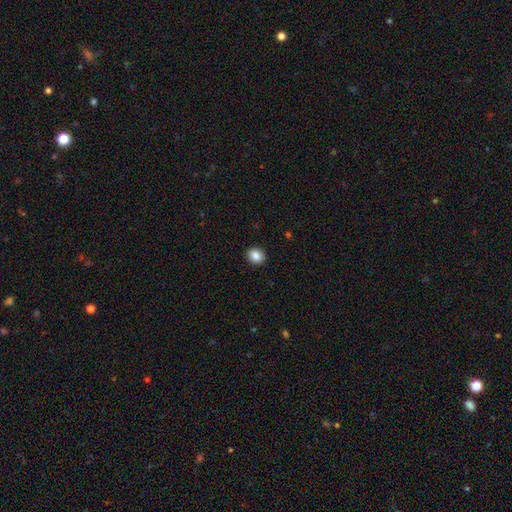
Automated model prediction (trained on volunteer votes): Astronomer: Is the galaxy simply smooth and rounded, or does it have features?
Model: smooth — 87%.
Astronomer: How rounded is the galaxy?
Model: round — 63%.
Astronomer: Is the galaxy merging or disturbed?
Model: none — 92%.